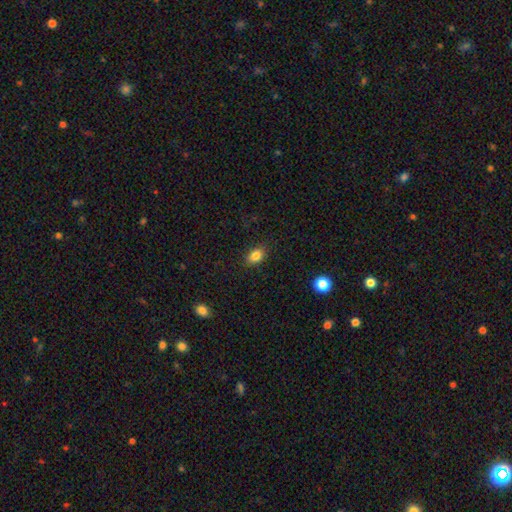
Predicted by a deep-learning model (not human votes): smooth_or_featured: smooth (p=0.84) [alt: star or artifact p=0.10]
how_rounded: in between (p=0.78) [alt: round p=0.20]
merging: none (p=0.87) [alt: minor disturbance p=0.10]